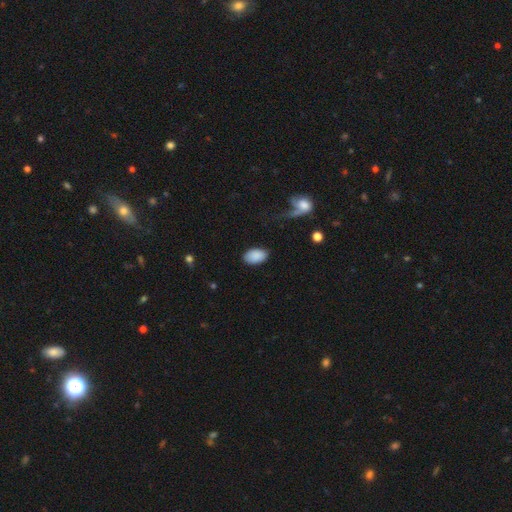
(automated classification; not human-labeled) Overall: smooth (88%). How rounded: in between (93%). Merging: none (83%).